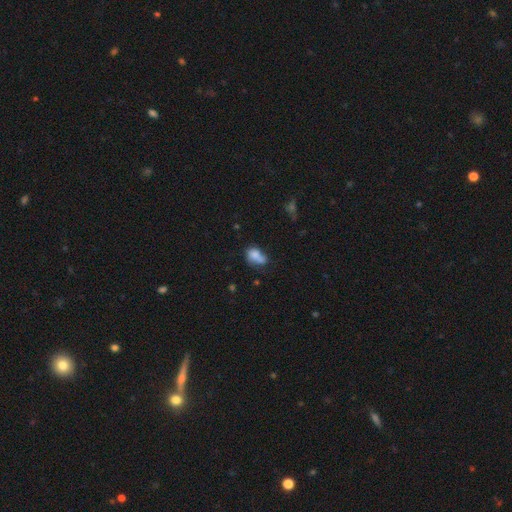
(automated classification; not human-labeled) Smooth or featured? smooth (70%)
How rounded? in between (81%)
Merging? none (33%)